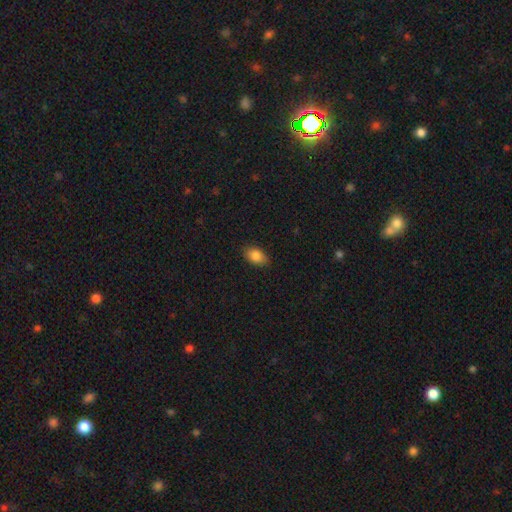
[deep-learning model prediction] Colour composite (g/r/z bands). It shows a smooth galaxy with no disk features (85%) that is in between round and cigar-shaped (85%). Merging: none (83%).